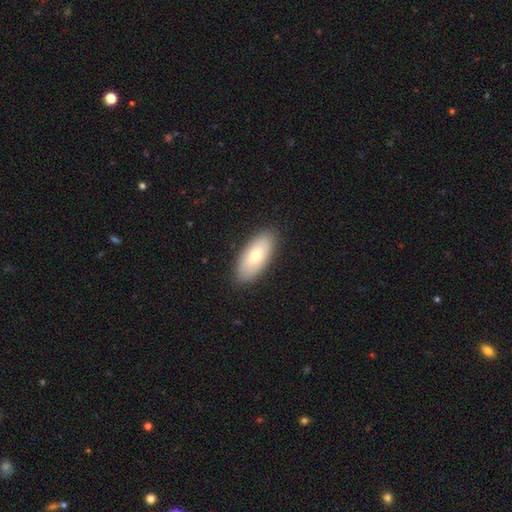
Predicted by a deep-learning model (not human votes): smooth_or_featured: smooth (p=0.72) [alt: featured or disk p=0.22]
how_rounded: in between (p=0.90) [alt: cigar-shaped p=0.07]
merging: none (p=0.86) [alt: minor disturbance p=0.10]